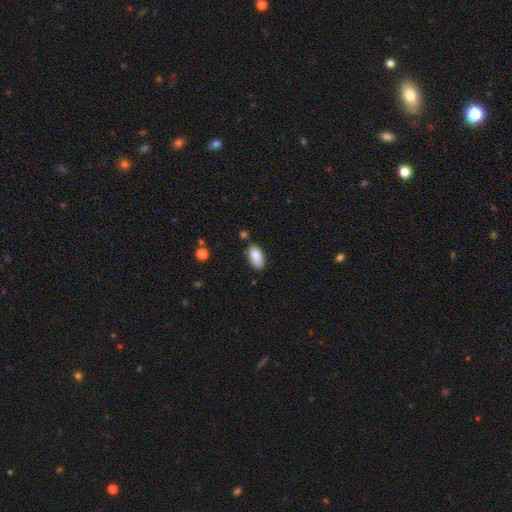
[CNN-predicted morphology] Q: Smooth or featured?
A: smooth (87%); runner-up: star or artifact (7%)
Q: How rounded?
A: in between (92%); runner-up: cigar-shaped (6%)
Q: Merging?
A: none (75%); runner-up: minor disturbance (19%)